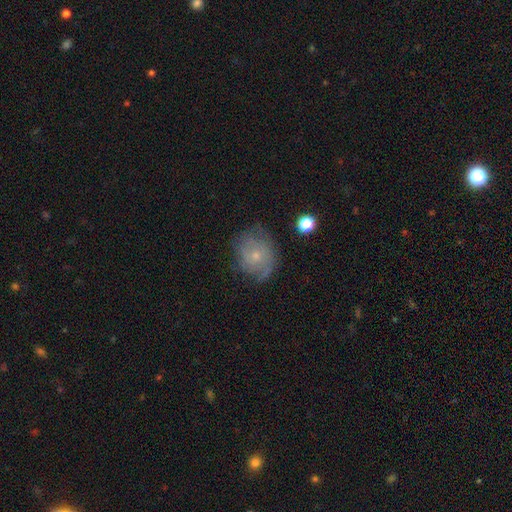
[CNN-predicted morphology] The model was most divided on "smooth or featured": featured or disk: 56%, smooth: 35%, star or artifact: 9%. More confident: edge-on disk — no (97%); bar — no (82%); spiral arms — yes (78%); bulge size — small (72%); merging — none (62%).